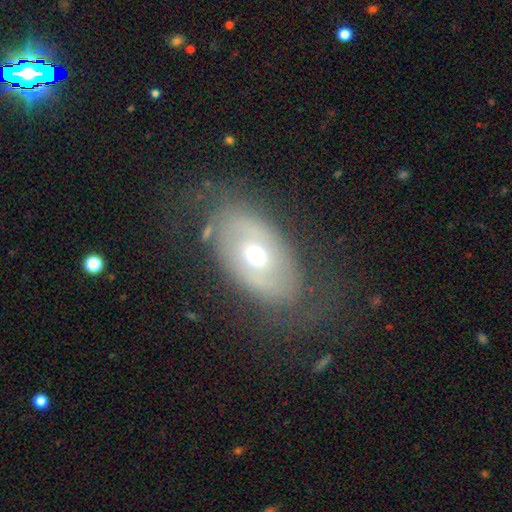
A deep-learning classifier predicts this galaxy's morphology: Smooth or featured? Predicted: featured or disk (p=0.52). Edge-on disk? Predicted: no (p=0.89). Merging? Predicted: none (p=0.67).